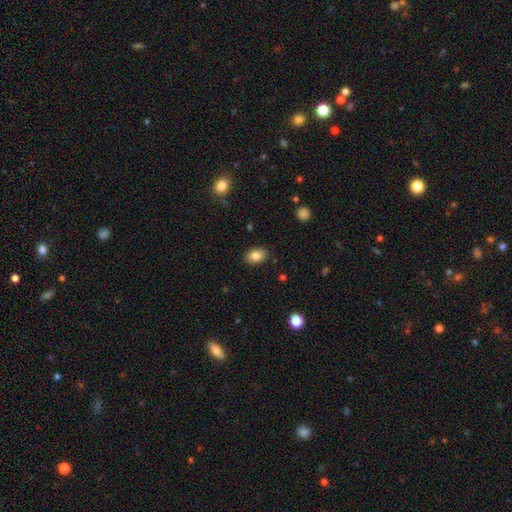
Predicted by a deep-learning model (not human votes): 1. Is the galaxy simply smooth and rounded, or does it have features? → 84% smooth, 8% star or artifact, 8% featured or disk.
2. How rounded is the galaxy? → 83% in between, 16% round, 1% cigar-shaped.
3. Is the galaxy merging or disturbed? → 87% none, 10% minor disturbance, 2% major disturbance, 1% merger.